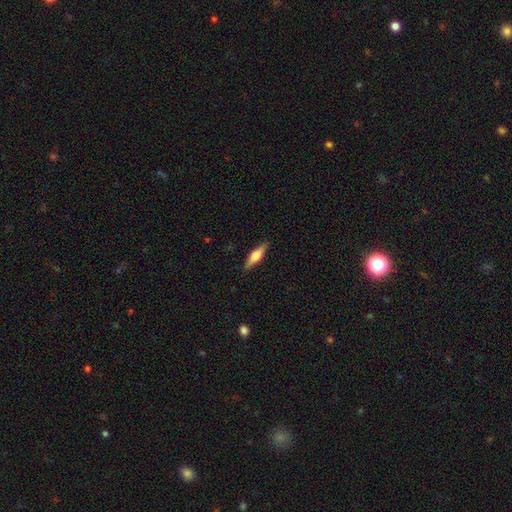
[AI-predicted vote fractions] This is possibly a featured or disk galaxy (58%). It is clearly viewed edge-on (96%). Edge-on bulge: clearly rounded (92%). Merging: clearly none (88%).